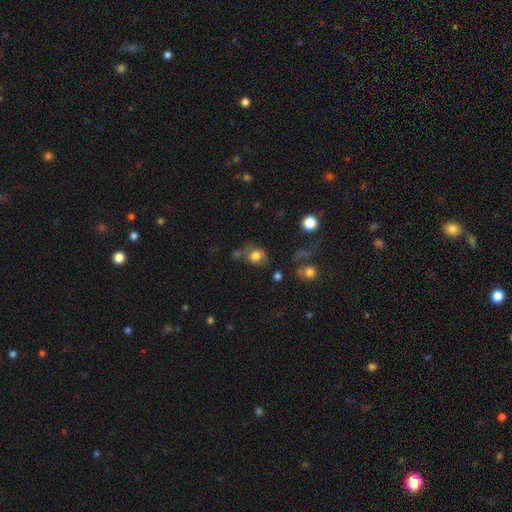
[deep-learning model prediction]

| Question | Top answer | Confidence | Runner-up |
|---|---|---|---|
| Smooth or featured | smooth | 74% | featured or disk (15%) |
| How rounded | round | 52% | in between (47%) |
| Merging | none | 49% | minor disturbance (24%) |